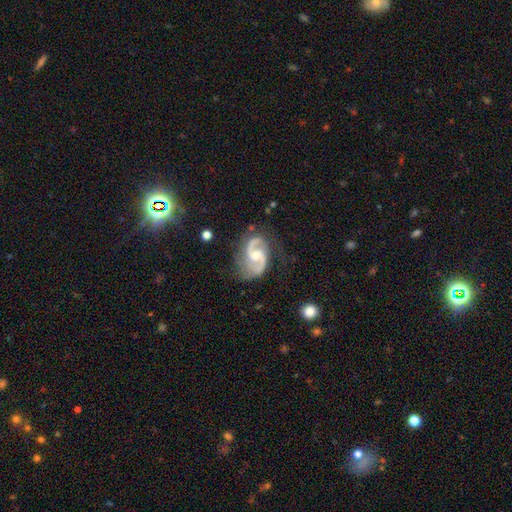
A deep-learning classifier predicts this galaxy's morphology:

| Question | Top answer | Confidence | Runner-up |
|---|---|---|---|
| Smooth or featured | featured or disk | 93% | star or artifact (4%) |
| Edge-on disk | no | 98% | yes (2%) |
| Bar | no | 50% | weak (41%) |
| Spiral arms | yes | 98% | no (2%) |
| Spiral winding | medium | 60% | loose (24%) |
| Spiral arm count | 2 | 94% | can't tell (2%) |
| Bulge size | moderate | 58% | small (37%) |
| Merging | none | 73% | minor disturbance (18%) |